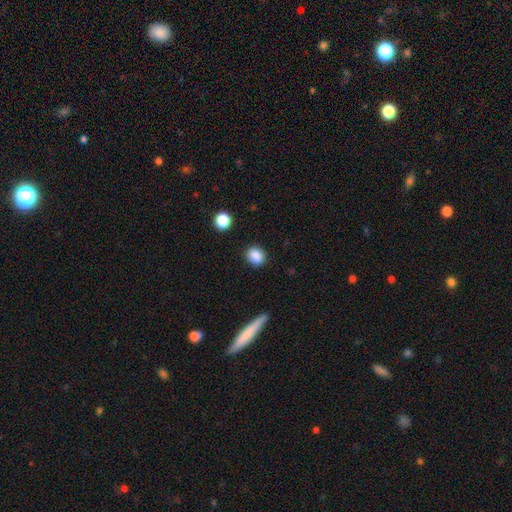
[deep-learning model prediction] smooth-or-featured: smooth: 87% | star or artifact: 9% | featured or disk: 4%
  how-rounded: round: 64% | in between: 35% | cigar-shaped: 2%
  merging: none: 87% | minor disturbance: 9% | major disturbance: 3% | merger: 2%